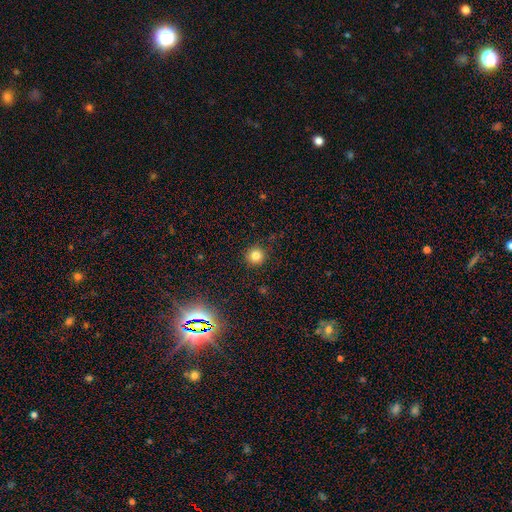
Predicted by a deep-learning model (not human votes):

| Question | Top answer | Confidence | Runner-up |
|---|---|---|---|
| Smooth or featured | smooth | 80% | star or artifact (14%) |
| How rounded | round | 95% | in between (4%) |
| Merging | none | 91% | minor disturbance (6%) |